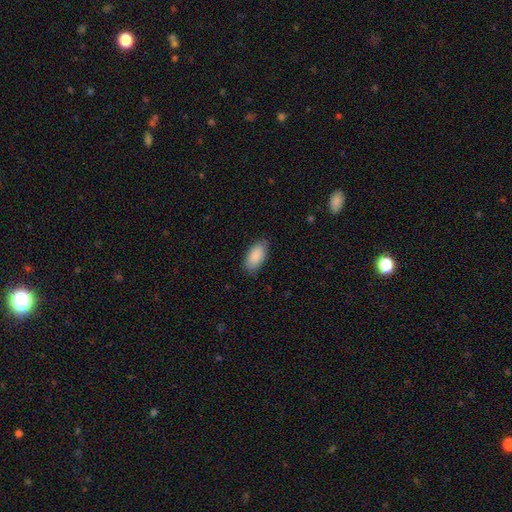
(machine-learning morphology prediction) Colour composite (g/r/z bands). It shows a smooth galaxy with no disk features (90%) that is in between round and cigar-shaped (93%). Merging: none (83%).